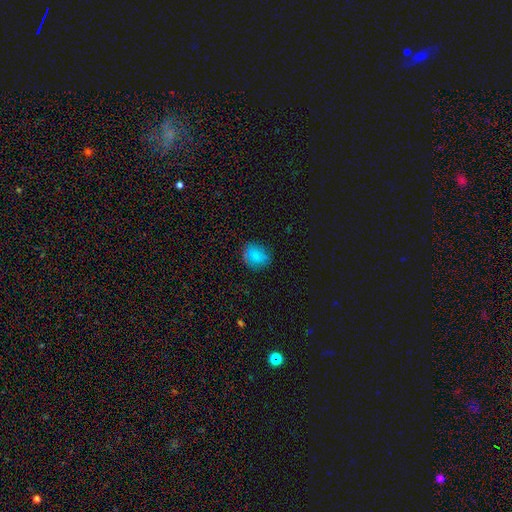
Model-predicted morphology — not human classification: Q: Smooth or featured?
A: smooth (75%); runner-up: featured or disk (14%)
Q: How rounded?
A: round (62%); runner-up: in between (37%)
Q: Merging?
A: none (73%); runner-up: minor disturbance (20%)